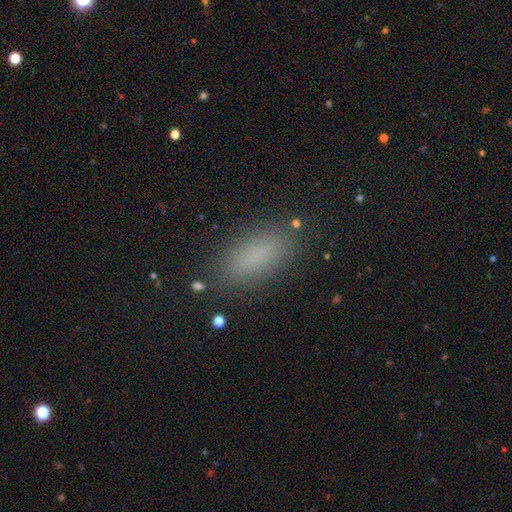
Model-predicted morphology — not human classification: The model was most divided on "how rounded": in between: 81%, cigar-shaped: 16%, round: 4%. More confident: merging — none (86%); smooth or featured — smooth (83%).